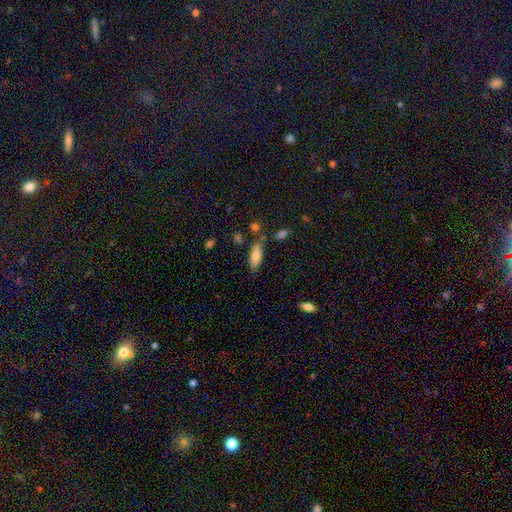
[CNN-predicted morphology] Smooth or featured? Predicted: smooth (p=0.80). How rounded? Predicted: in between (p=0.63). Merging? Predicted: none (p=0.76).